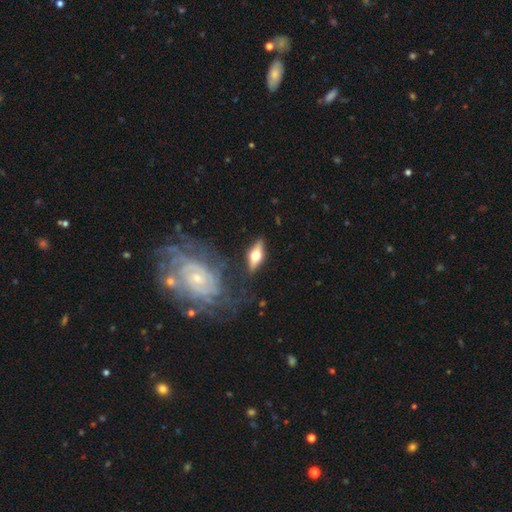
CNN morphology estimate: This appears to be a featured or disk galaxy (62%) viewed edge-on (78%). Merging: none (79%).